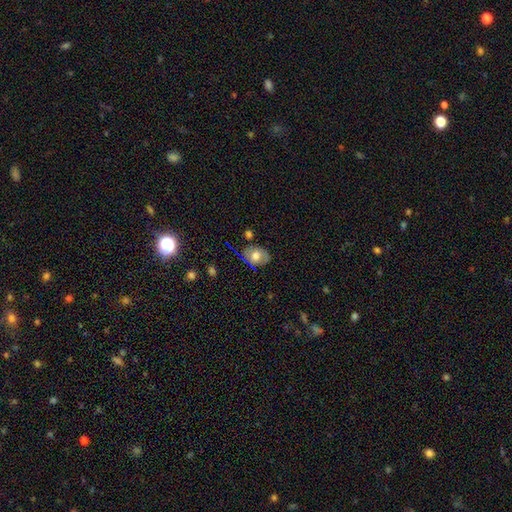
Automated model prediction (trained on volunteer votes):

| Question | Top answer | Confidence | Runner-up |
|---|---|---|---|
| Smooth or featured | smooth | 56% | featured or disk (34%) |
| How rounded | in between | 71% | round (28%) |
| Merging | none | 67% | minor disturbance (22%) |